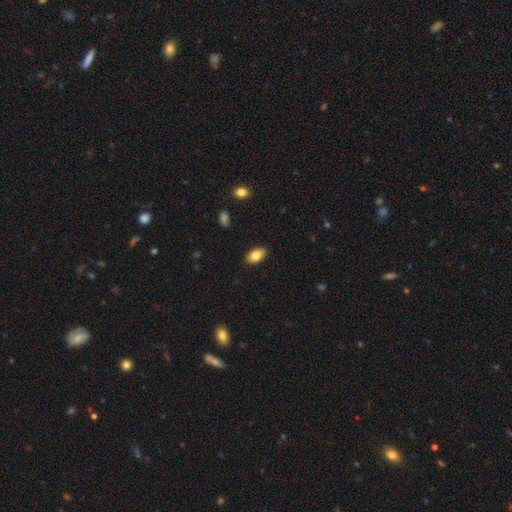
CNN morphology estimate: Q: Smooth or featured?
A: smooth (80%); runner-up: featured or disk (12%)
Q: How rounded?
A: in between (93%); runner-up: round (4%)
Q: Merging?
A: none (89%); runner-up: minor disturbance (8%)